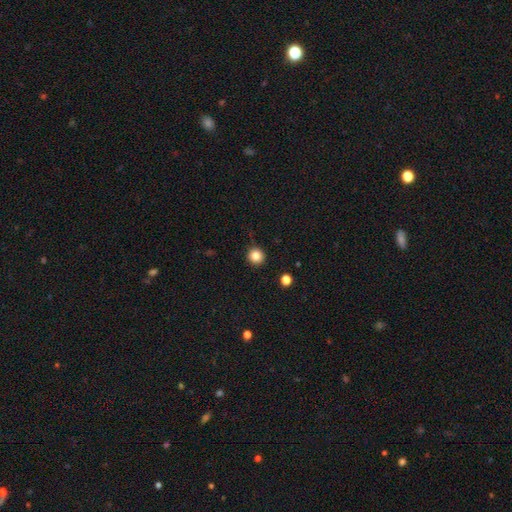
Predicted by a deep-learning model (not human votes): smooth-or-featured: smooth: 83% | star or artifact: 11% | featured or disk: 5%
  how-rounded: round: 95% | in between: 4% | cigar-shaped: 1%
  merging: none: 90% | minor disturbance: 7% | major disturbance: 2% | merger: 1%